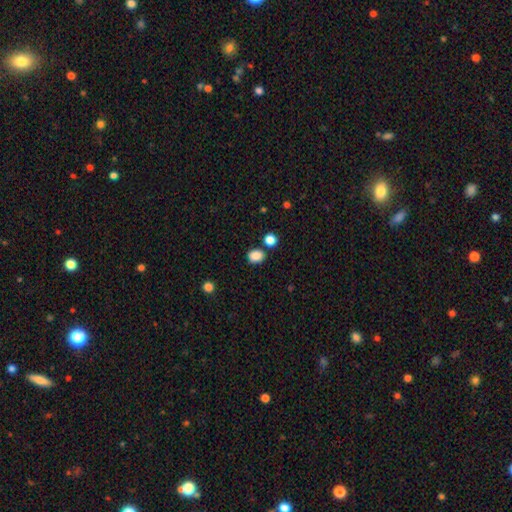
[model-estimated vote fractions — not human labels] Morphology: type=smooth (86%); roundness=in between (50%); merging=none (78%).